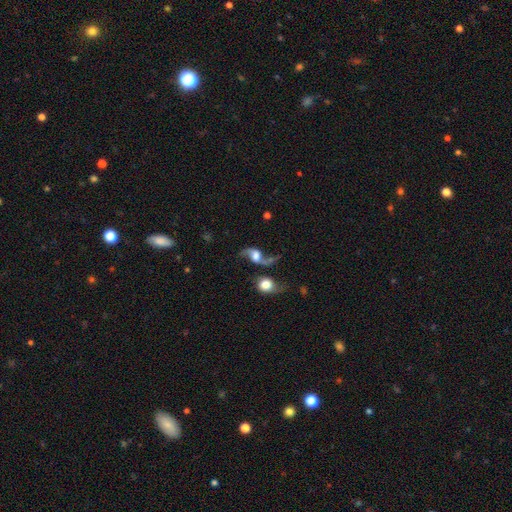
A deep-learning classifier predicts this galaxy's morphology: Smooth or featured?
  - featured or disk: 76% *
  - smooth: 15%
  - star or artifact: 8%
Edge-on disk?
  - no: 95% *
  - yes: 5%
Bar?
  - no: 52% *
  - weak: 37%
  - strong: 11%
Spiral arms?
  - yes: 93% *
  - no: 7%
Spiral winding?
  - loose: 85% *
  - medium: 12%
  - tight: 3%
Spiral arm count?
  - 2: 92% *
  - 1: 3%
  - can't tell: 2%
  - 3: 1%
  - 4: 1%
  - more than 4: 1%
Bulge size?
  - large: 39% *
  - moderate: 33%
  - small: 13%
  - none: 9%
  - dominant: 7%
Merging?
  - none: 47% *
  - merger: 25%
  - minor disturbance: 15%
  - major disturbance: 13%